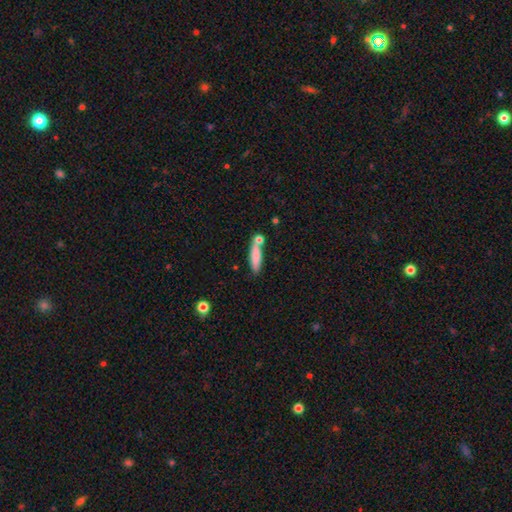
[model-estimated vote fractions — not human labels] A smooth galaxy with no disk features (79%) that is cigar-shaped (75%). Merging: none (63%).